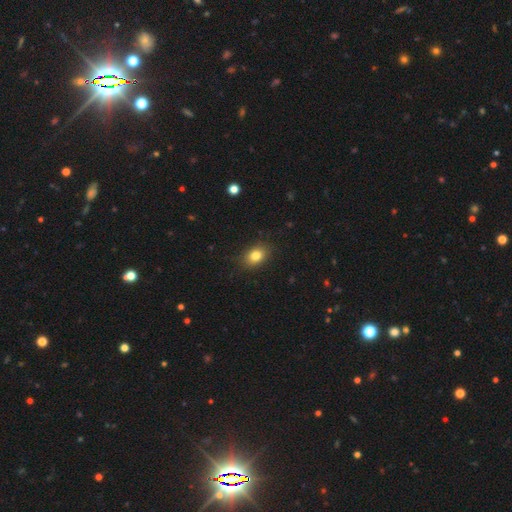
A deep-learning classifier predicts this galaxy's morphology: smooth-or-featured: smooth: 82% | star or artifact: 10% | featured or disk: 8%
  how-rounded: in between: 74% | round: 25% | cigar-shaped: 1%
  merging: none: 86% | minor disturbance: 11% | major disturbance: 3% | merger: 1%